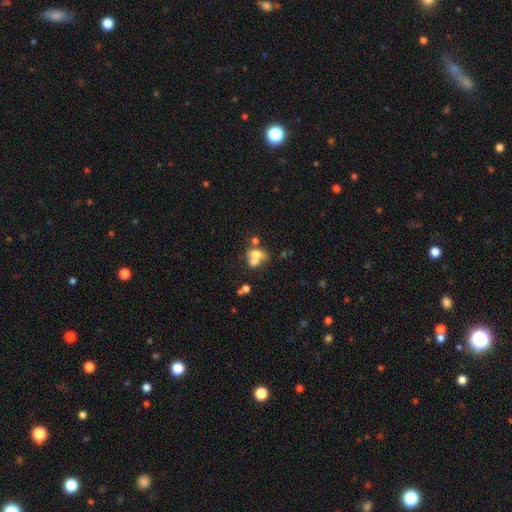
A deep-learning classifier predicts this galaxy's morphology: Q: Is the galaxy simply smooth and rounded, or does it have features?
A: smooth — 60%.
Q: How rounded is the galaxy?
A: in between — 60%.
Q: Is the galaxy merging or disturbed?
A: merger — 58%.